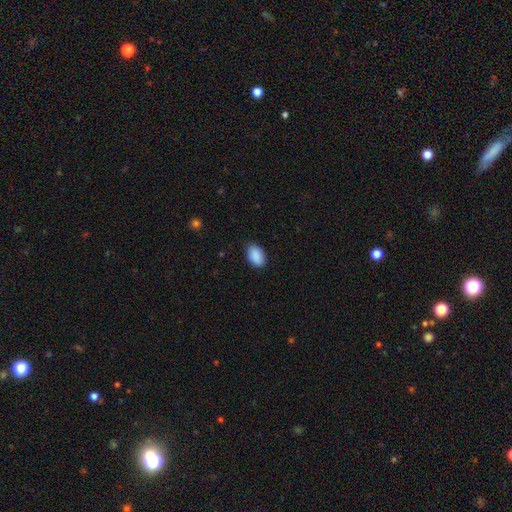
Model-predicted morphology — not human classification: This appears to be a smooth galaxy with no disk features (91%) that is in between round and cigar-shaped (92%). Merging: none (86%).